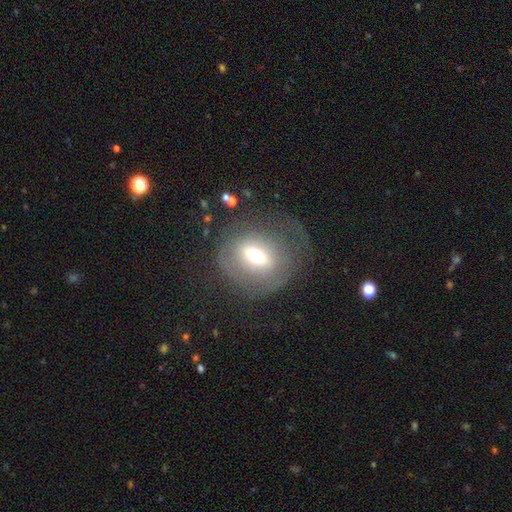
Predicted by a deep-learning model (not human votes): A featured or disk galaxy (49%).

Vote fractions:
- Smooth or featured? featured or disk: 49% / smooth: 39% / star or artifact: 12%
- Merging? none: 55% / major disturbance: 24% / minor disturbance: 18% / merger: 3%